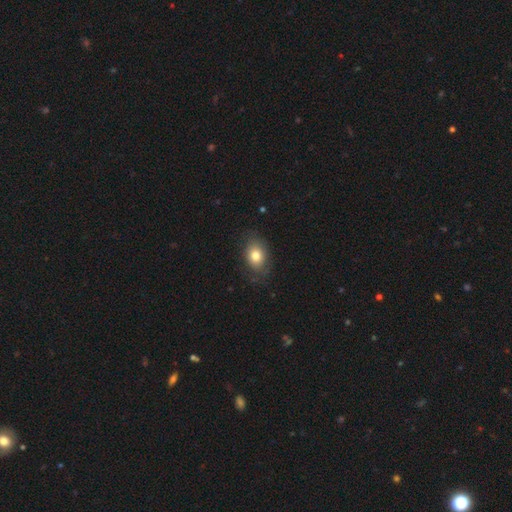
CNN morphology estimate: This appears to be a smooth galaxy with no disk features (79%) that is in between round and cigar-shaped (72%). Merging: none (77%).